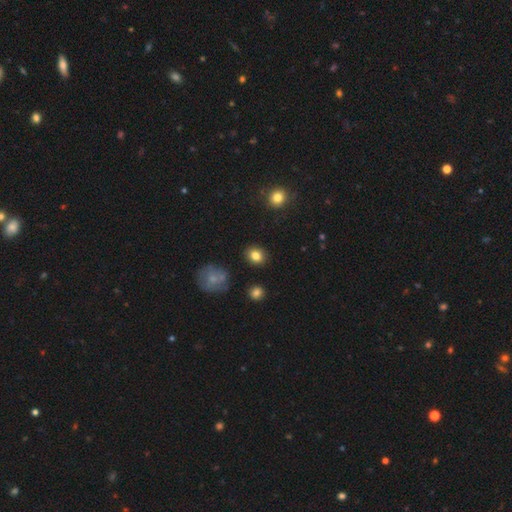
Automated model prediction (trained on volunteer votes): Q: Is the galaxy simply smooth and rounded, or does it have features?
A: smooth — 82%.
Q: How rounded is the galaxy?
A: round — 63%.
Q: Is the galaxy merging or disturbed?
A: none — 88%.